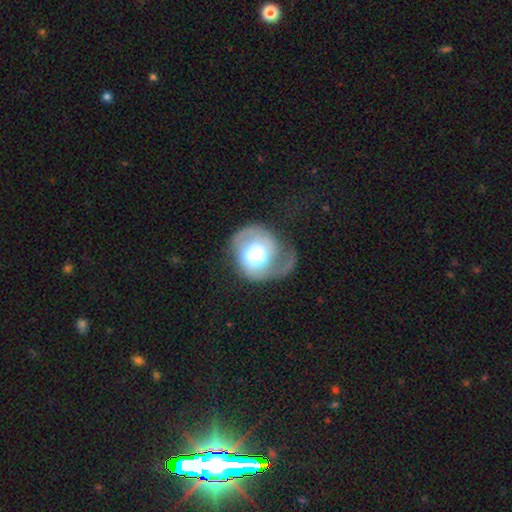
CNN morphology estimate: The model was most divided on "merging": major disturbance: 37%, none: 34%, minor disturbance: 26%, merger: 3%. More confident: edge-on disk — no (97%); spiral arms — yes (79%); bar — no (70%); smooth or featured — featured or disk (60%); bulge size — large (51%).